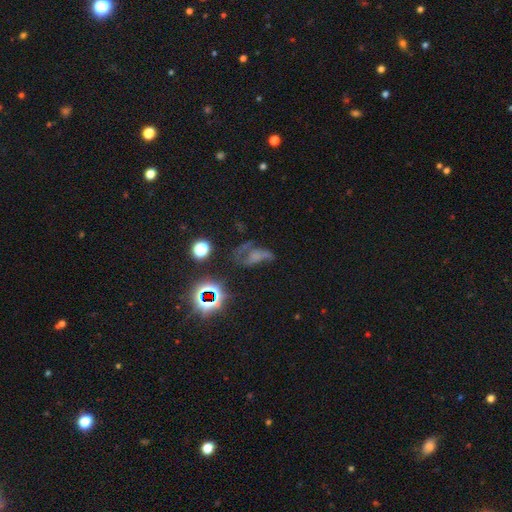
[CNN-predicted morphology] smooth_or_featured: featured or disk (p=0.39) [alt: star or artifact p=0.32]
merging: major disturbance (p=0.40) [alt: none p=0.31]